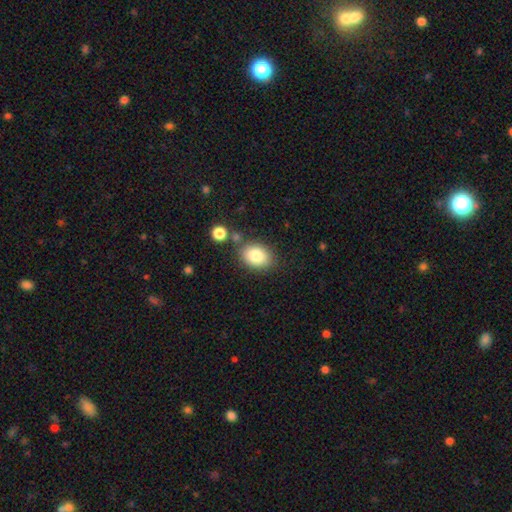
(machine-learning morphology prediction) A smooth galaxy with no disk features (83%) that is in between round and cigar-shaped (71%).

Vote fractions:
- Smooth or featured? smooth: 83% / featured or disk: 9% / star or artifact: 8%
- How rounded? in between: 71% / round: 28% / cigar-shaped: 1%
- Merging? none: 77% / minor disturbance: 13% / merger: 8% / major disturbance: 3%